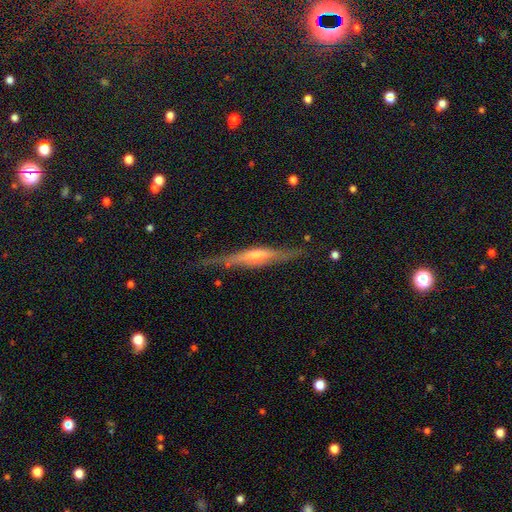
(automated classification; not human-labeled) A featured or disk galaxy (72%) viewed edge-on (95%) with a rounded central bulge (62%). Merging: none (76%).